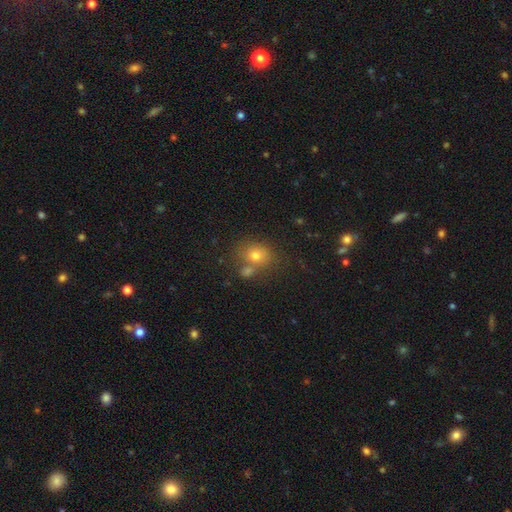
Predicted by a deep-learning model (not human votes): smooth 70%, star or artifact 17%, featured or disk 13%. Down the decision tree: how rounded — round (63%); merging — none (60%).